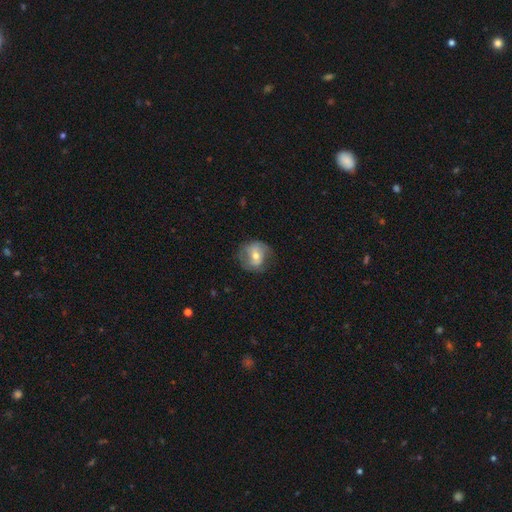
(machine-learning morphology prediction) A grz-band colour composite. It shows a featured or disk galaxy (52%). Merging: none (68%).